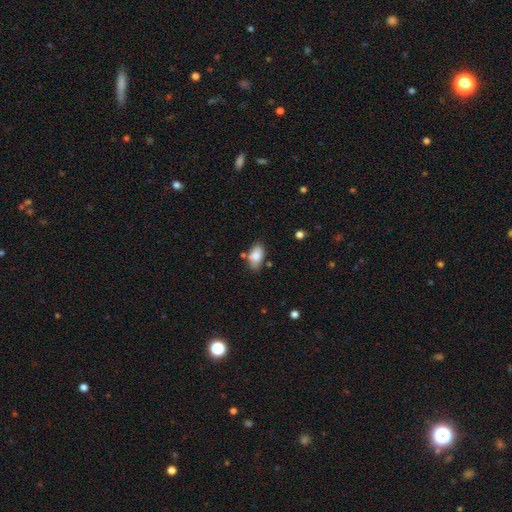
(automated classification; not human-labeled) Smooth or featured: smooth — 81% (featured or disk — 11%)
How rounded: in between — 92% (round — 5%)
Merging: none — 70% (minor disturbance — 19%)